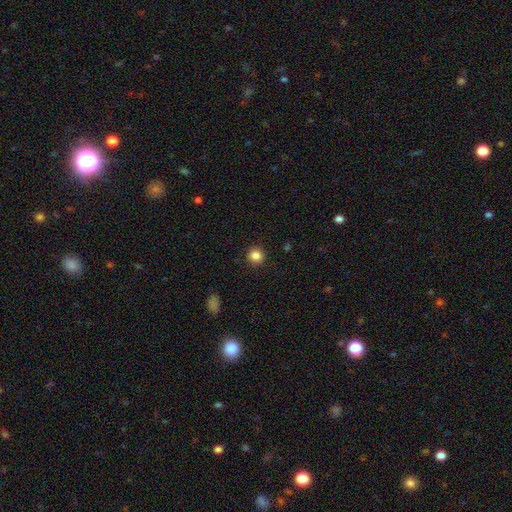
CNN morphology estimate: Smooth or featured? Predicted: smooth (p=0.85). How rounded? Predicted: round (p=0.94). Merging? Predicted: none (p=0.92).